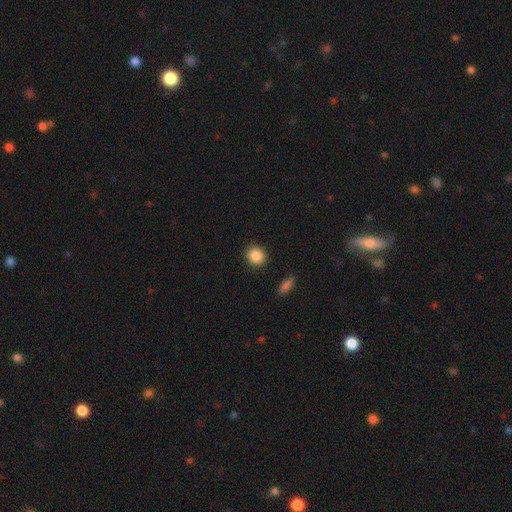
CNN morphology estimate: Q: Smooth or featured?
A: smooth (88%); runner-up: star or artifact (8%)
Q: How rounded?
A: round (81%); runner-up: in between (18%)
Q: Merging?
A: none (89%); runner-up: minor disturbance (7%)